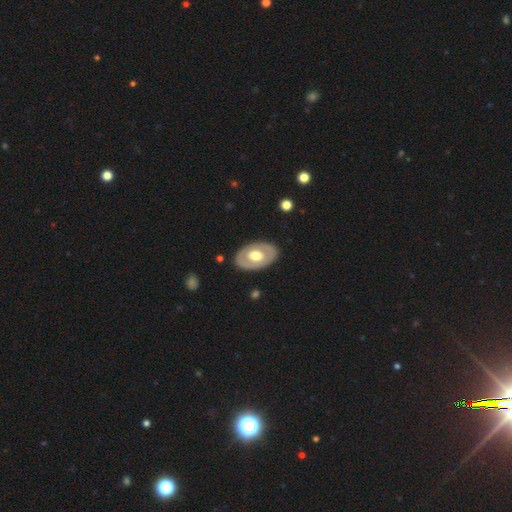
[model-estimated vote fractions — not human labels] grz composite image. It shows a featured or disk galaxy (53%). Merging: none (85%).